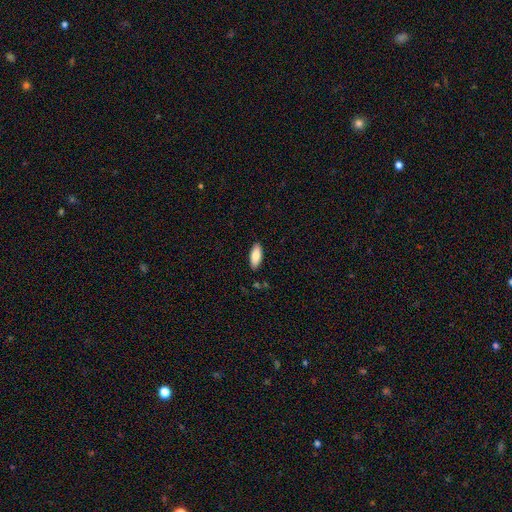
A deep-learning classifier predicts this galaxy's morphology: Overall: smooth (86%). How rounded: in between (80%). Merging: none (87%).